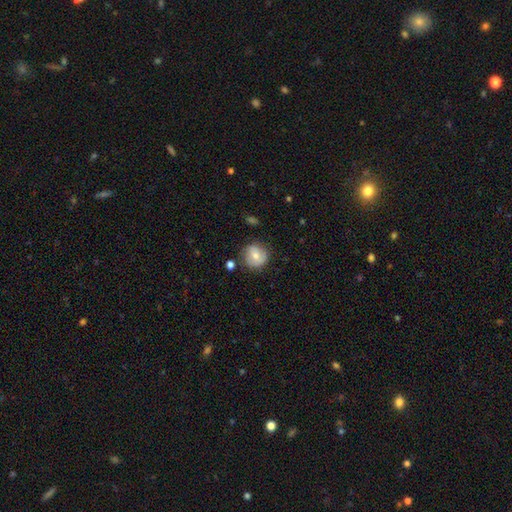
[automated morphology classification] Smooth or featured? Predicted: smooth (p=0.67). How rounded? Predicted: round (p=0.88). Merging? Predicted: none (p=0.77).